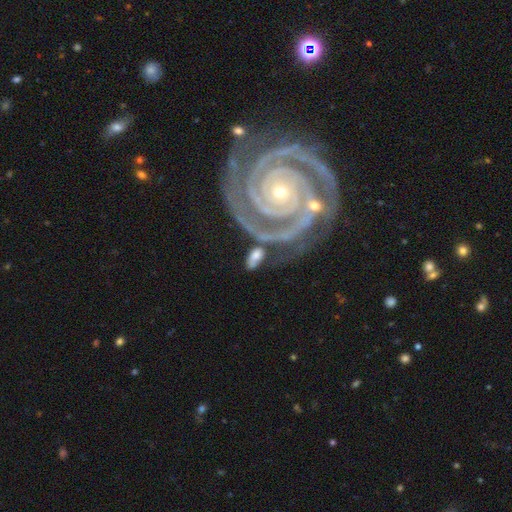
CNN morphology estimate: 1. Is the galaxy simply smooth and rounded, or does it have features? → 49% featured or disk, 44% smooth, 7% star or artifact.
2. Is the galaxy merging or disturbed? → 45% none, 21% merger, 19% minor disturbance, 15% major disturbance.